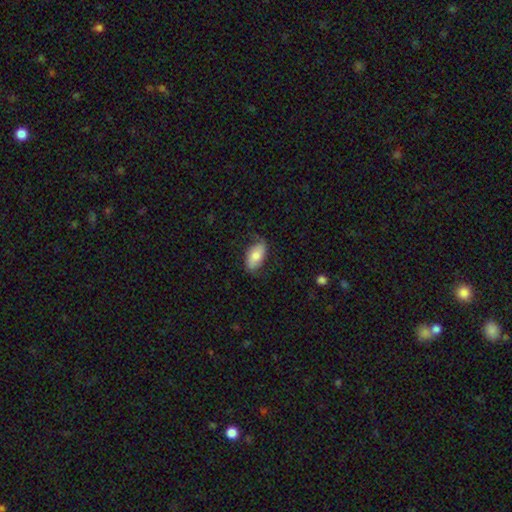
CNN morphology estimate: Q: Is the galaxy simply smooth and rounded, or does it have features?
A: smooth — 68%.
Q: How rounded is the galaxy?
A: in between — 92%.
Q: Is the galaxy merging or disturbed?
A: none — 68%.